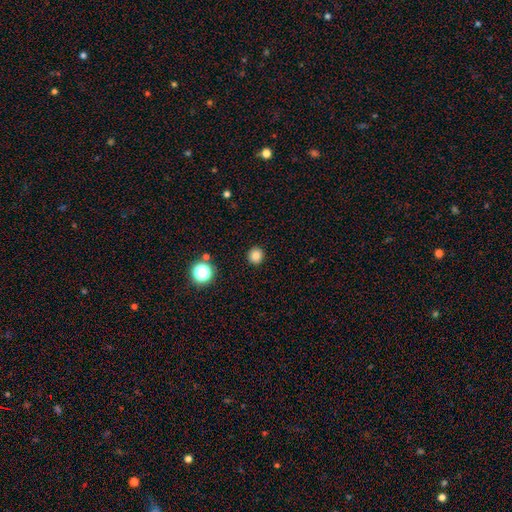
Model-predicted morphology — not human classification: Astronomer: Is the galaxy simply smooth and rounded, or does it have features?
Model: smooth — 82%.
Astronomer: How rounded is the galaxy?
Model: round — 92%.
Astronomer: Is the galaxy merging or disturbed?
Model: none — 92%.